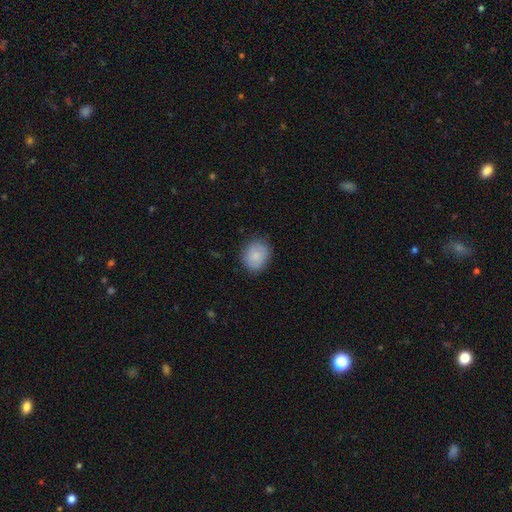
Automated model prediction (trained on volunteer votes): A smooth galaxy with no disk features (86%) that is round (59%).

Vote fractions:
- Smooth or featured? smooth: 86% / featured or disk: 7% / star or artifact: 7%
- How rounded? round: 59% / in between: 40% / cigar-shaped: 1%
- Merging? none: 83% / minor disturbance: 13% / major disturbance: 3% / merger: 1%